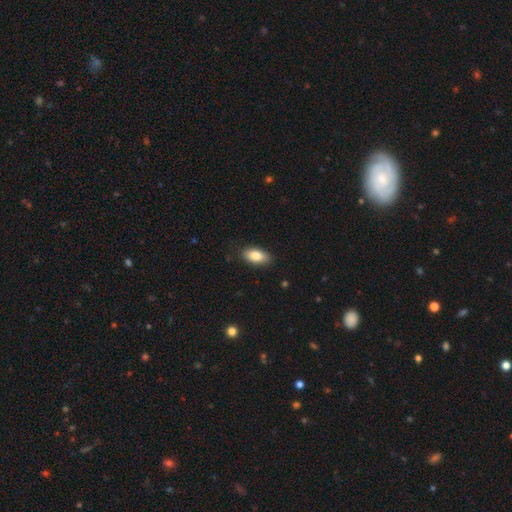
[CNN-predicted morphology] smooth 84%, featured or disk 9%, star or artifact 7%. Down the decision tree: how rounded — in between (91%); merging — none (87%).